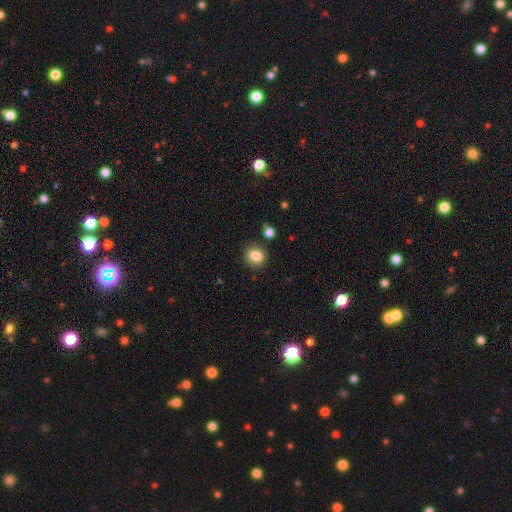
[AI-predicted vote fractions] Smooth or featured? smooth (84%)
How rounded? round (81%)
Merging? none (87%)